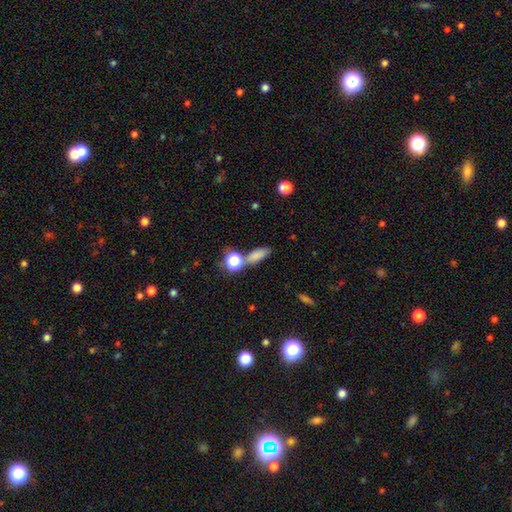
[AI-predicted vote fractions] The model was most divided on "how rounded": in between: 60%, cigar-shaped: 25%, round: 15%. More confident: smooth or featured — smooth (76%); merging — none (59%).